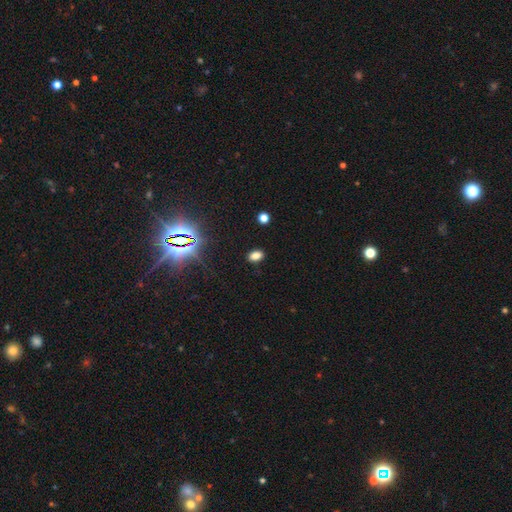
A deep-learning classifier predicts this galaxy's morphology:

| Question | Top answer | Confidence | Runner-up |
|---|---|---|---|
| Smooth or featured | smooth | 75% | star or artifact (19%) |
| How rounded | in between | 86% | round (12%) |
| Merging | none | 88% | minor disturbance (8%) |